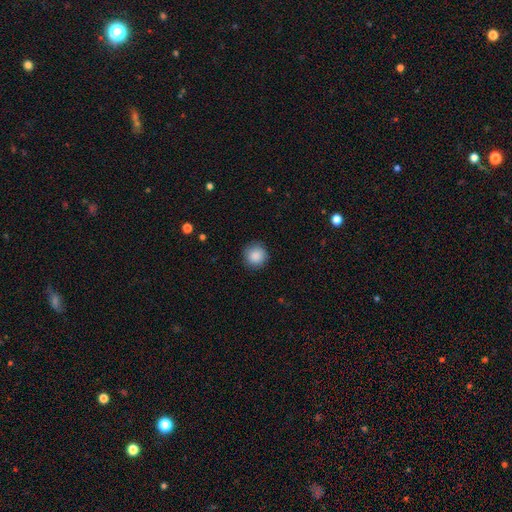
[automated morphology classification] This appears to be a smooth galaxy with no disk features (88%) that is round (95%). Merging: none (89%).